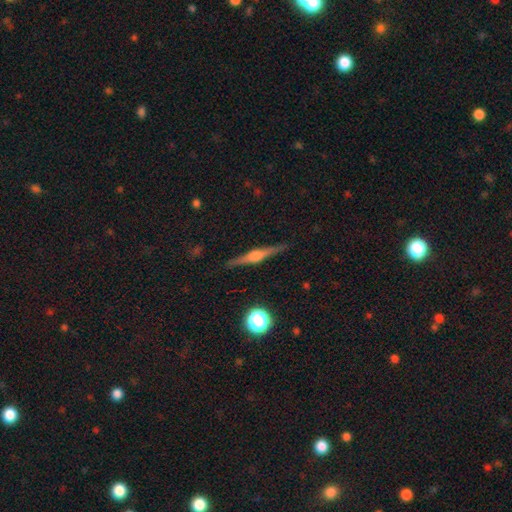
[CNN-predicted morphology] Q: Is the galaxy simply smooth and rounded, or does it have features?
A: featured or disk — 78%.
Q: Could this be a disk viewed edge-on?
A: yes — 98%.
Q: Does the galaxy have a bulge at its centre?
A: rounded — 88%.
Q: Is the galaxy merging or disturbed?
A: none — 91%.